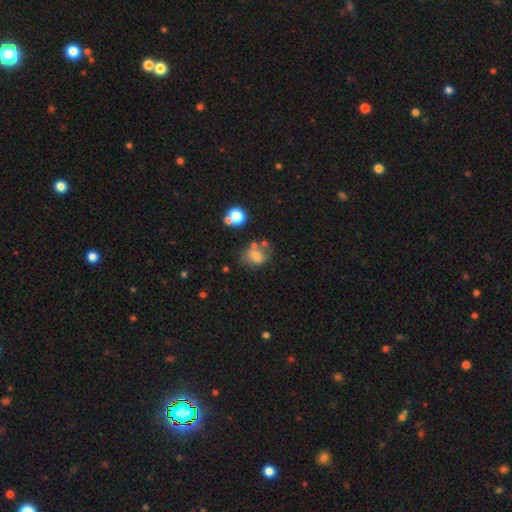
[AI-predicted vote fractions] smooth_or_featured: smooth (p=0.64) [alt: featured or disk p=0.22]
how_rounded: in between (p=0.61) [alt: round p=0.37]
merging: none (p=0.49) [alt: minor disturbance p=0.23]